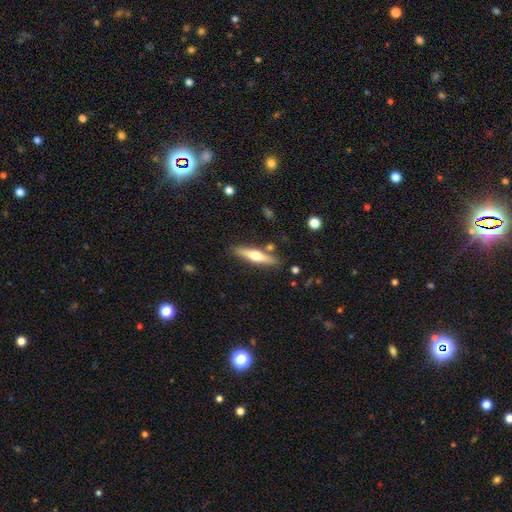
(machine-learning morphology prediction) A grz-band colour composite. It shows a featured or disk galaxy (50%) viewed edge-on (92%). Merging: none (83%).